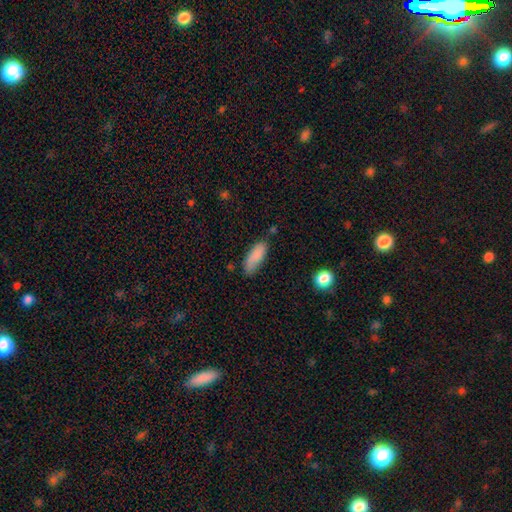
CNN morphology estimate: Q: Smooth or featured?
A: smooth (84%); runner-up: featured or disk (9%)
Q: How rounded?
A: in between (70%); runner-up: cigar-shaped (29%)
Q: Merging?
A: none (63%); runner-up: minor disturbance (28%)